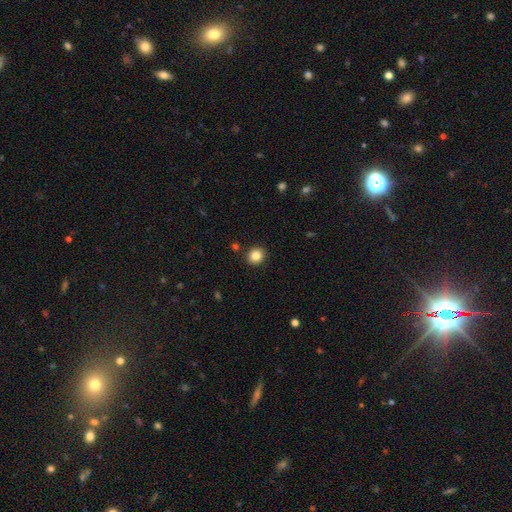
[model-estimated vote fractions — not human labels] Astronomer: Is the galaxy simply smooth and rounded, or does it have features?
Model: smooth — 84%.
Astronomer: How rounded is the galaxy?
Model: round — 84%.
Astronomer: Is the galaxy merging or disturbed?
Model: none — 91%.